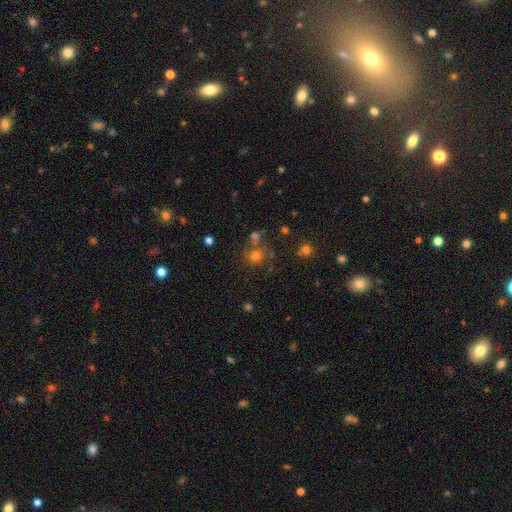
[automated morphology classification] Smooth or featured: smooth — 69% (star or artifact — 19%)
How rounded: round — 86% (in between — 13%)
Merging: none — 63% (merger — 19%)